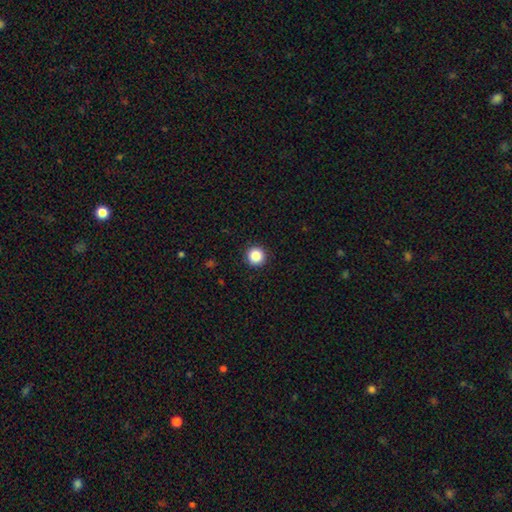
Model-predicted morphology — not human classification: Smooth or featured? smooth (87%)
How rounded? round (96%)
Merging? none (93%)